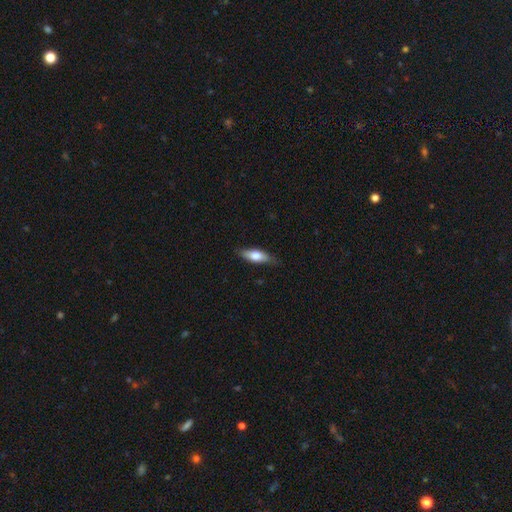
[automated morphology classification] A smooth galaxy with no disk features (67%) that is in between round and cigar-shaped (62%).

Vote fractions:
- Smooth or featured? smooth: 67% / featured or disk: 27% / star or artifact: 6%
- How rounded? in between: 62% / cigar-shaped: 35% / round: 3%
- Merging? none: 80% / minor disturbance: 16% / major disturbance: 3% / merger: 1%